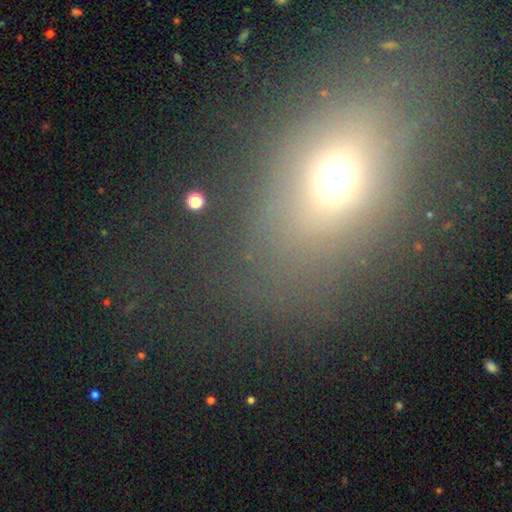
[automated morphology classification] Overall: smooth (54%; star or artifact 28%). How rounded: in between (55%; round 42%). Merging: none (68%).